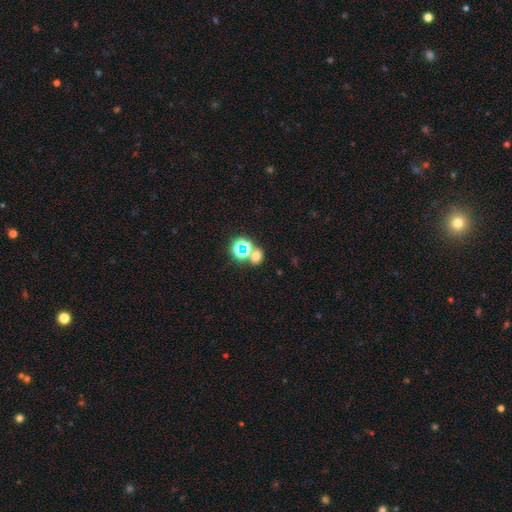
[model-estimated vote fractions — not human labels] Overall: smooth (55%; star or artifact 35%). How rounded: round (65%; in between 33%). Merging: none (57%; merger 31%).